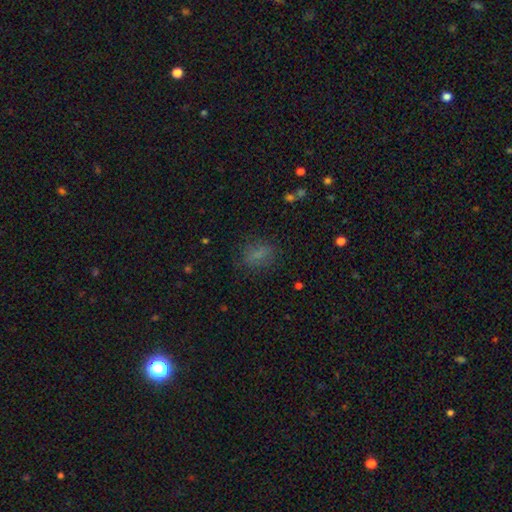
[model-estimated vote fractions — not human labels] Smooth or featured?
  - smooth: 73% *
  - star or artifact: 17%
  - featured or disk: 10%
How rounded?
  - in between: 68% *
  - round: 27%
  - cigar-shaped: 5%
Merging?
  - none: 78% *
  - minor disturbance: 14%
  - major disturbance: 6%
  - merger: 2%